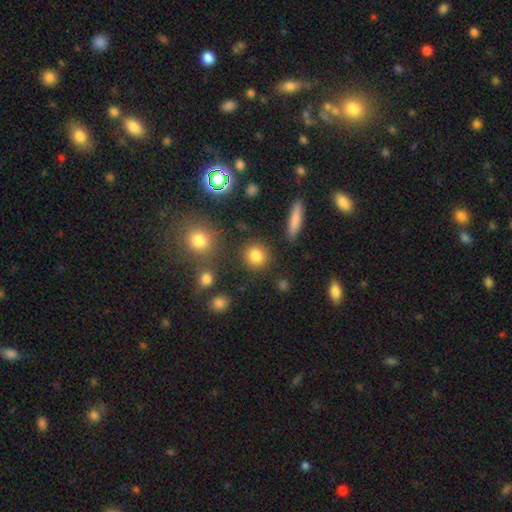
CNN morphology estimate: This is clearly a smooth galaxy (82%). How rounded: clearly round (87%). Merging: clearly none (86%).